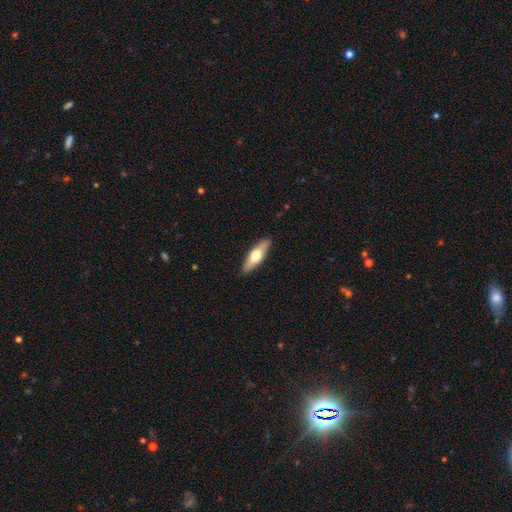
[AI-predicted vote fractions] Smooth or featured? smooth (56%)
How rounded? cigar-shaped (51%)
Merging? none (90%)